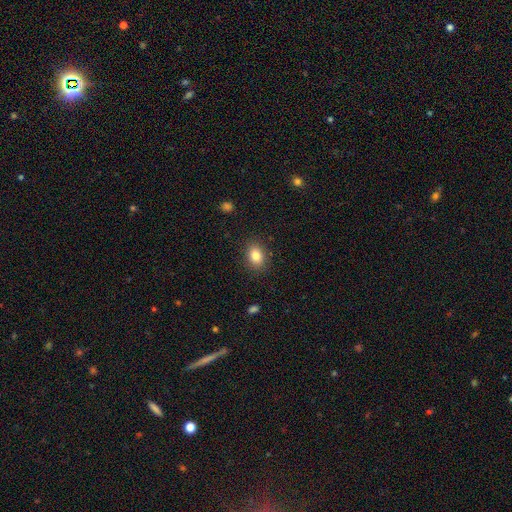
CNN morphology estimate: Smooth or featured? smooth (84%)
How rounded? in between (72%)
Merging? none (87%)